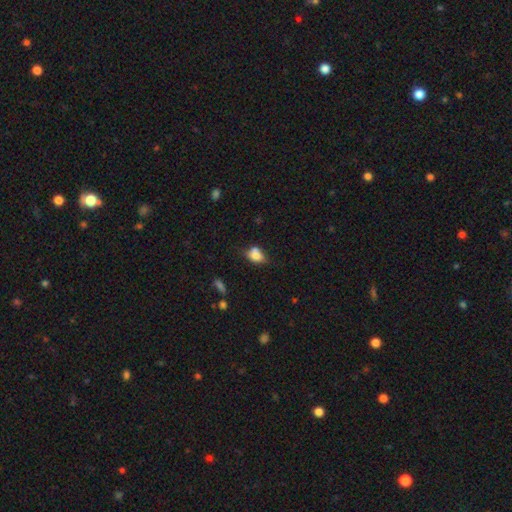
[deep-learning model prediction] Morphology: type=smooth (72%); roundness=in between (70%); merging=none (40%).